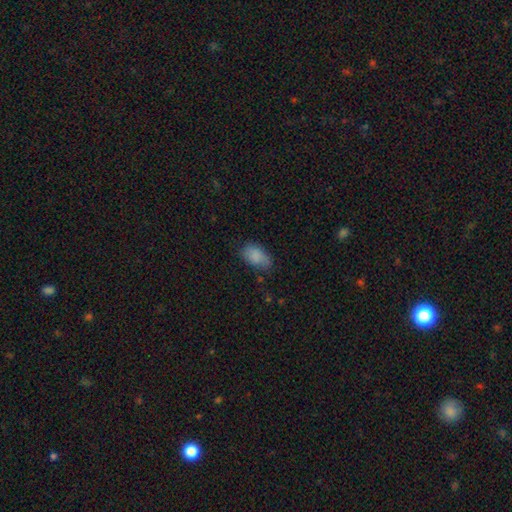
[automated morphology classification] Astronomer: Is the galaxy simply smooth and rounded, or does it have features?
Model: smooth — 84%.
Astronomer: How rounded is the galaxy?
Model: in between — 92%.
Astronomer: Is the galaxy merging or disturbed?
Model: none — 66%.